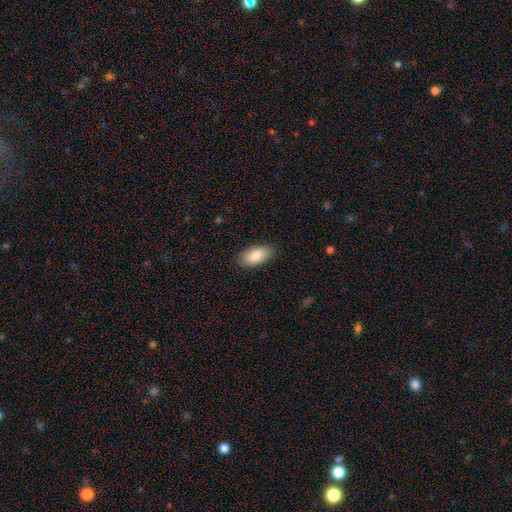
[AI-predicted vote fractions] Q: Smooth or featured?
A: smooth (86%); runner-up: featured or disk (8%)
Q: How rounded?
A: in between (93%); runner-up: cigar-shaped (5%)
Q: Merging?
A: none (86%); runner-up: minor disturbance (11%)